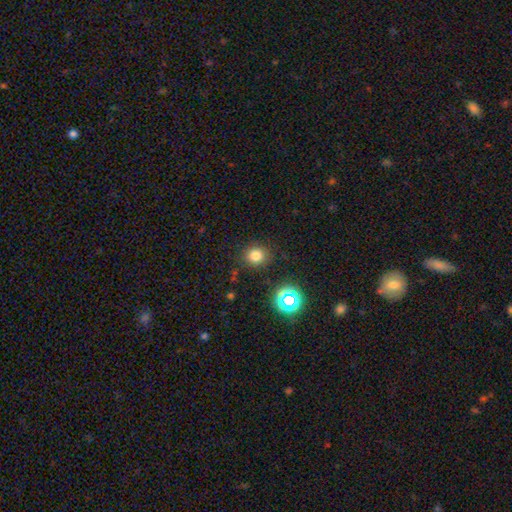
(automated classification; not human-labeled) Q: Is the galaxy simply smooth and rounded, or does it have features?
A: smooth — 78%.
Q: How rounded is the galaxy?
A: round — 84%.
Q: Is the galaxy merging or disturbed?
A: none — 87%.